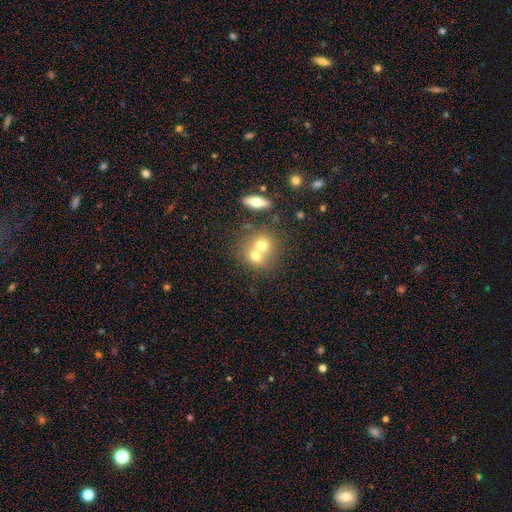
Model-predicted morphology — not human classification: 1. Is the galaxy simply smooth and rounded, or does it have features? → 65% smooth, 24% featured or disk, 11% star or artifact.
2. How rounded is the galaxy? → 75% round, 23% in between, 1% cigar-shaped.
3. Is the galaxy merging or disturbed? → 62% merger, 30% none, 6% minor disturbance, 3% major disturbance.